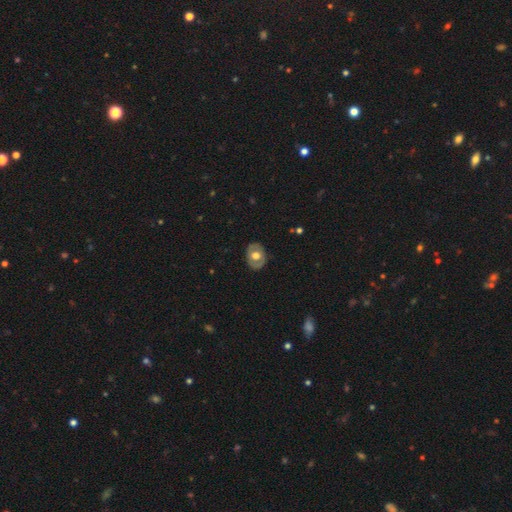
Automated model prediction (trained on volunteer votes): The model was most divided on "smooth or featured": smooth: 48%, featured or disk: 46%, star or artifact: 6%. More confident: merging — none (82%).